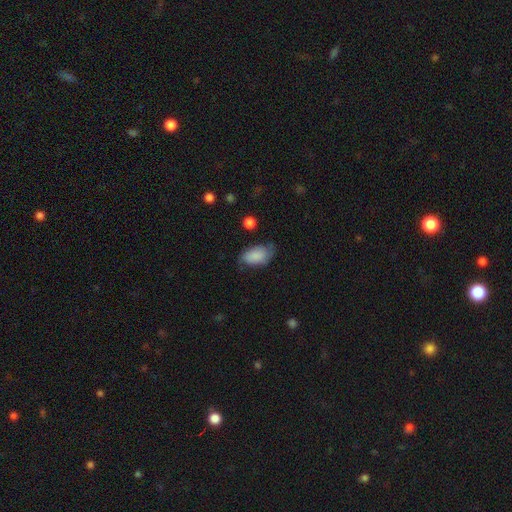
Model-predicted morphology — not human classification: smooth 81%, featured or disk 12%, star or artifact 7%. Down the decision tree: how rounded — in between (93%); merging — none (58%).